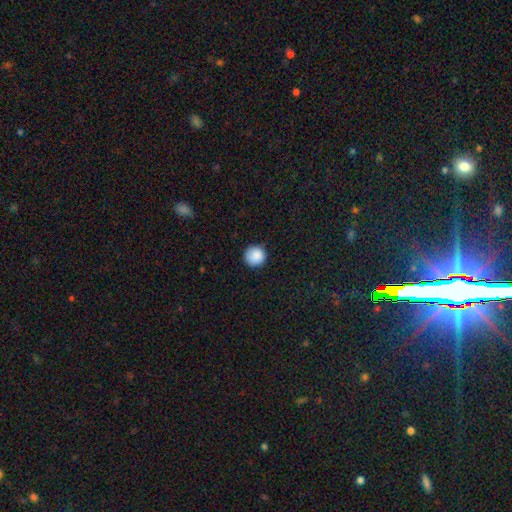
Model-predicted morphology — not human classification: Smooth or featured? Predicted: smooth (p=0.88). How rounded? Predicted: round (p=0.95). Merging? Predicted: none (p=0.87).